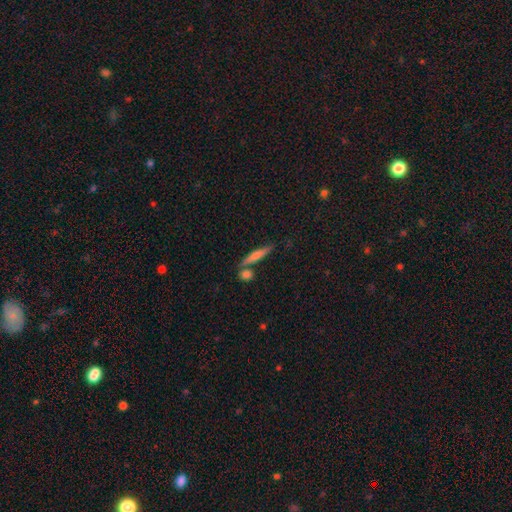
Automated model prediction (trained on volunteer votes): Smooth or featured: smooth — 53% (featured or disk — 40%)
How rounded: cigar-shaped — 87% (in between — 10%)
Merging: none — 71% (merger — 16%)